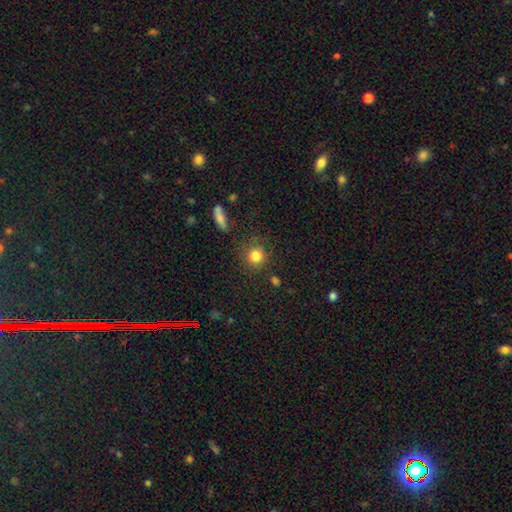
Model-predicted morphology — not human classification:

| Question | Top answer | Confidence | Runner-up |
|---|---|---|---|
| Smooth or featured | smooth | 83% | star or artifact (11%) |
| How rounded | round | 88% | in between (11%) |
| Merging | none | 81% | minor disturbance (11%) |